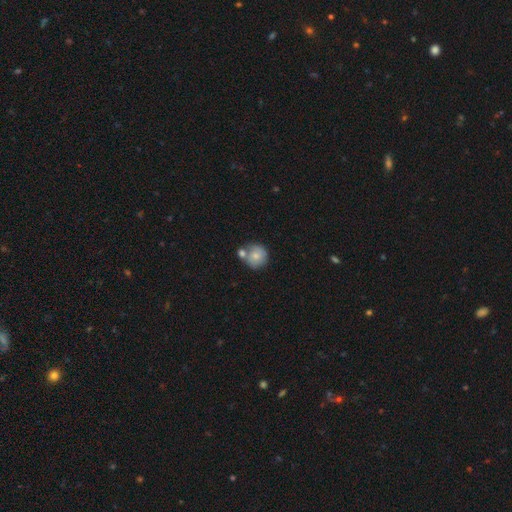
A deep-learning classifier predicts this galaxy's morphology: This appears to be a smooth galaxy with no disk features (75%) that is round (90%). Merging: none (50%).